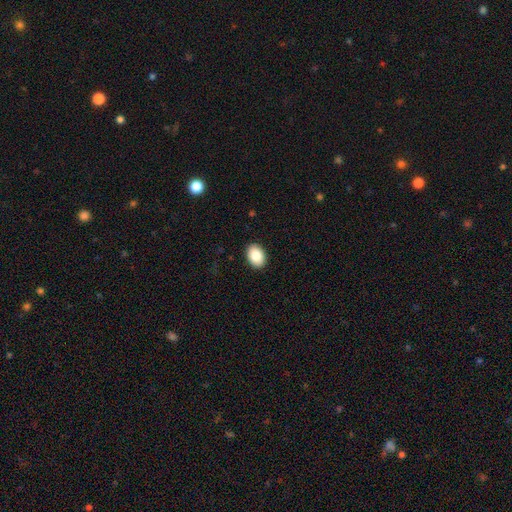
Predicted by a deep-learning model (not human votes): A smooth galaxy with no disk features (84%) that is in between round and cigar-shaped (78%).

Vote fractions:
- Smooth or featured? smooth: 84% / featured or disk: 9% / star or artifact: 8%
- How rounded? in between: 78% / round: 21% / cigar-shaped: 1%
- Merging? none: 90% / minor disturbance: 7% / major disturbance: 2% / merger: 1%